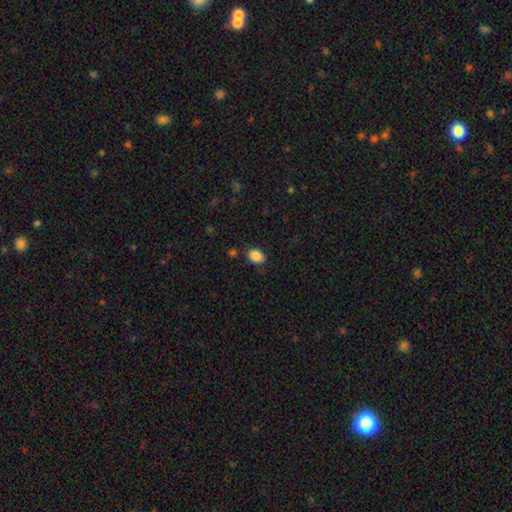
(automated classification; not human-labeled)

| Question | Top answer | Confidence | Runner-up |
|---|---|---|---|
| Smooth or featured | smooth | 87% | star or artifact (9%) |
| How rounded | in between | 74% | round (25%) |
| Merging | none | 81% | minor disturbance (12%) |